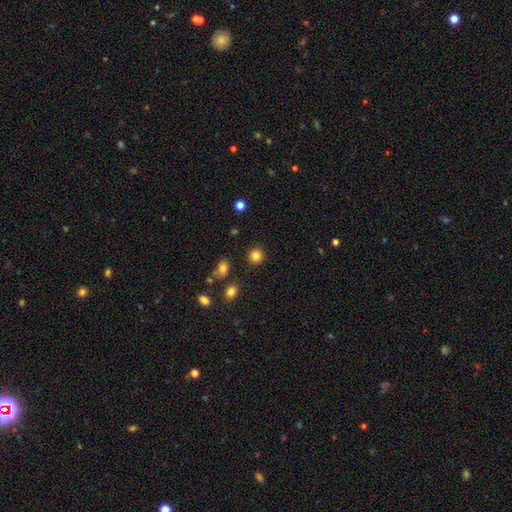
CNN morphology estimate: smooth-or-featured: smooth: 84% | star or artifact: 11% | featured or disk: 5%
  how-rounded: round: 90% | in between: 9% | cigar-shaped: 1%
  merging: none: 90% | minor disturbance: 6% | major disturbance: 2% | merger: 2%